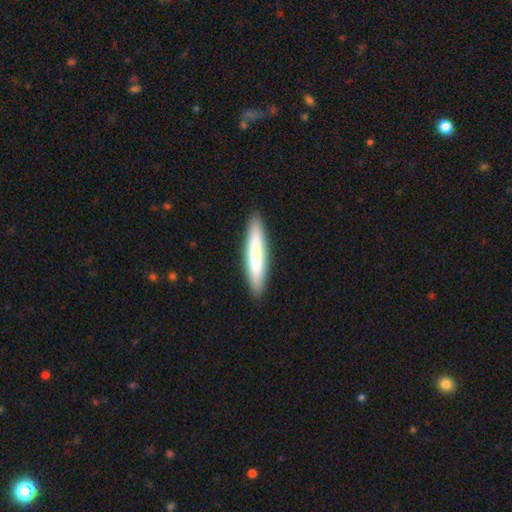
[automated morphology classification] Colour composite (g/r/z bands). It shows a smooth galaxy with no disk features (73%) that is cigar-shaped (91%). Merging: none (90%).